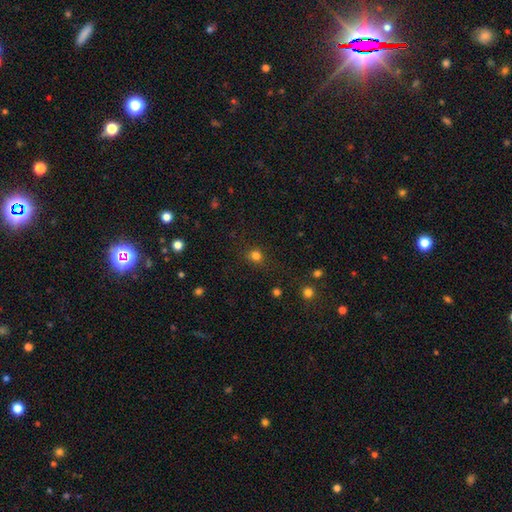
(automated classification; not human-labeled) smooth 79%, star or artifact 16%, featured or disk 5%. Down the decision tree: how rounded — round (83%); merging — none (85%).